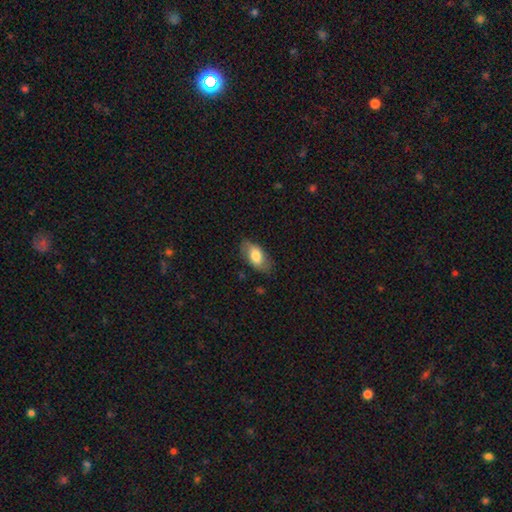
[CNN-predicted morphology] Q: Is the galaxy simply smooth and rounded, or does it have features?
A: smooth — 75%.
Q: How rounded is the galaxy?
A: in between — 91%.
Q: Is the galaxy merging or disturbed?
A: none — 76%.